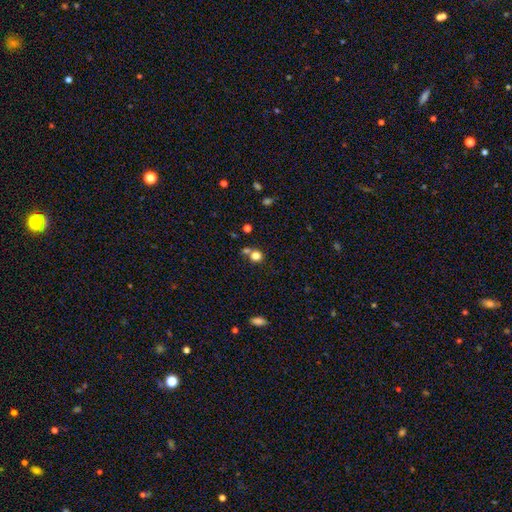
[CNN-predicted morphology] smooth-or-featured: smooth: 79% | star or artifact: 13% | featured or disk: 8%
  how-rounded: round: 84% | in between: 15% | cigar-shaped: 1%
  merging: none: 52% | merger: 34% | minor disturbance: 9% | major disturbance: 4%